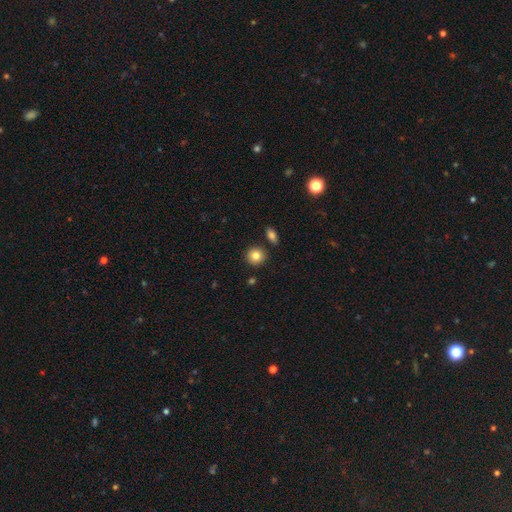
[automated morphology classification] Overall: smooth (84%). How rounded: round (88%). Merging: none (86%).